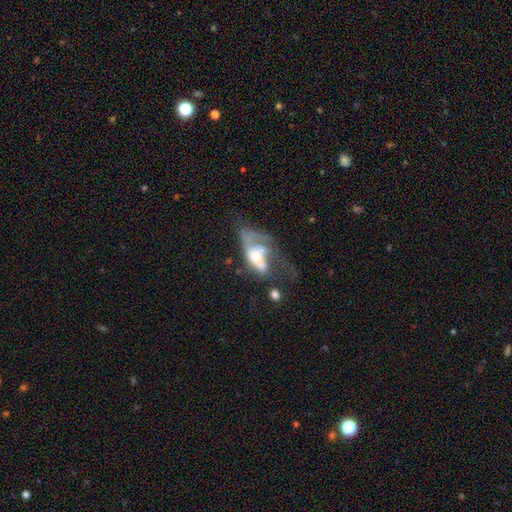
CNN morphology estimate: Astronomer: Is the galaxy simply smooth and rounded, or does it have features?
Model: featured or disk — 58%.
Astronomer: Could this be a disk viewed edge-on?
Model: no — 90%.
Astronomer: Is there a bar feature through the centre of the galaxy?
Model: no — 67%.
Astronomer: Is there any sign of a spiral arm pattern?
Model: no — 56% (runner-up: yes, 44%).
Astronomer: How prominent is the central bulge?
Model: moderate — 59%.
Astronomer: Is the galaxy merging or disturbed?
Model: major disturbance — 47% (runner-up: merger, 27%).